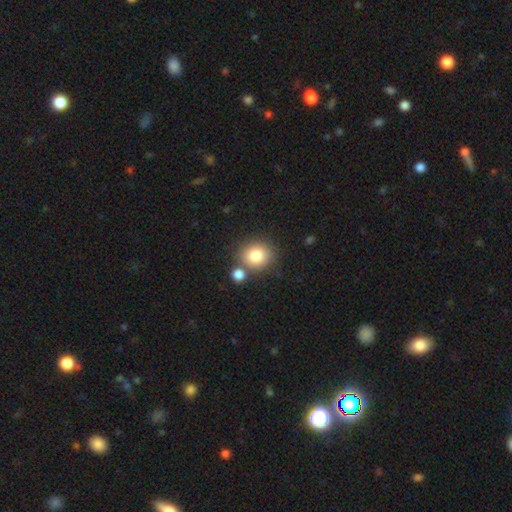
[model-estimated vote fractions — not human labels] smooth 80%, star or artifact 10%, featured or disk 9%. Down the decision tree: how rounded — round (80%); merging — none (71%).